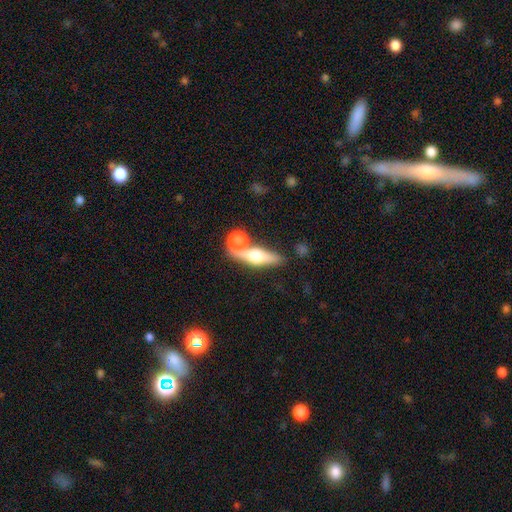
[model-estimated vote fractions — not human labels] Overall: featured or disk (49%; smooth 43%). Merging: none (59%; merger 25%).